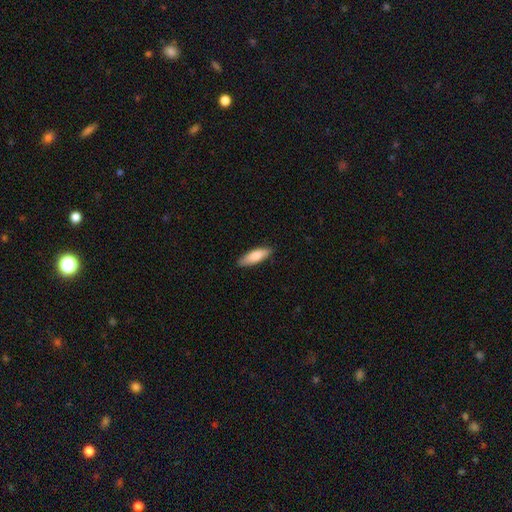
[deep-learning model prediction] This is clearly a smooth galaxy (80%). How rounded: possibly in between (53%). Merging: clearly none (85%).